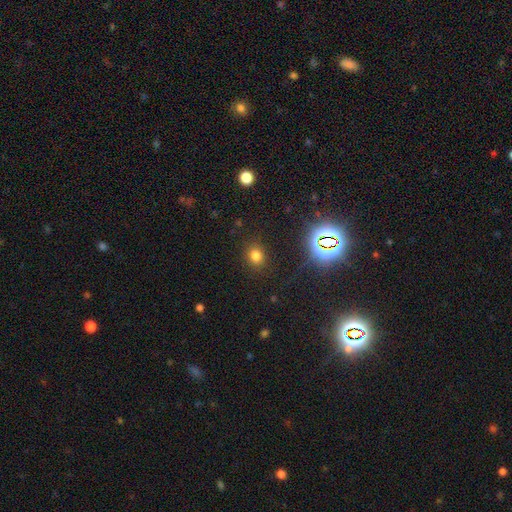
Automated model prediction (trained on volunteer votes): Smooth or featured? smooth (74%)
How rounded? round (71%)
Merging? none (86%)